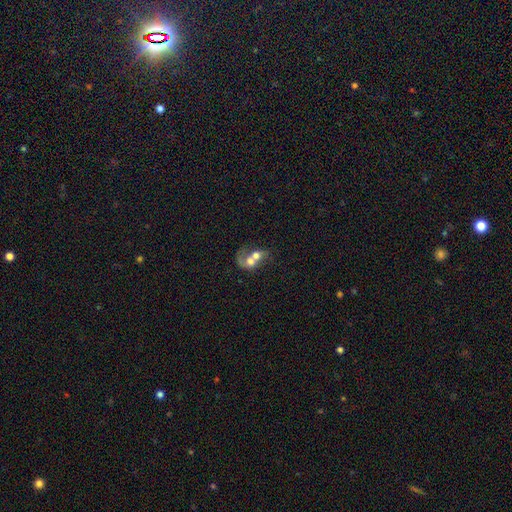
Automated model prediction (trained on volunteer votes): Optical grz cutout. It shows a featured or disk galaxy (48%). Merging: merger (78%).